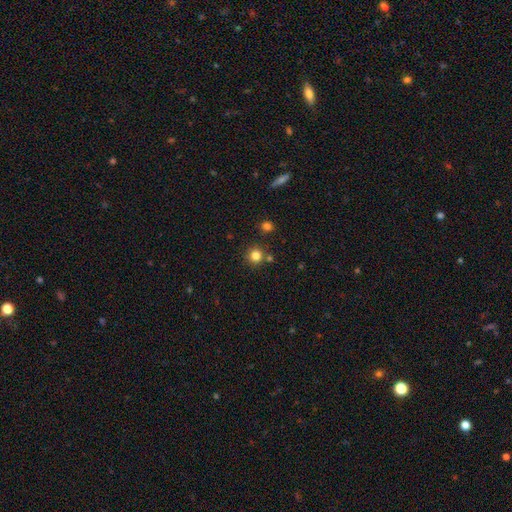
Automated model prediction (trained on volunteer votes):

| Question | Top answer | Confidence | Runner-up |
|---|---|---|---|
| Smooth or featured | smooth | 82% | star or artifact (13%) |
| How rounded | round | 93% | in between (6%) |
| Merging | none | 81% | merger (9%) |